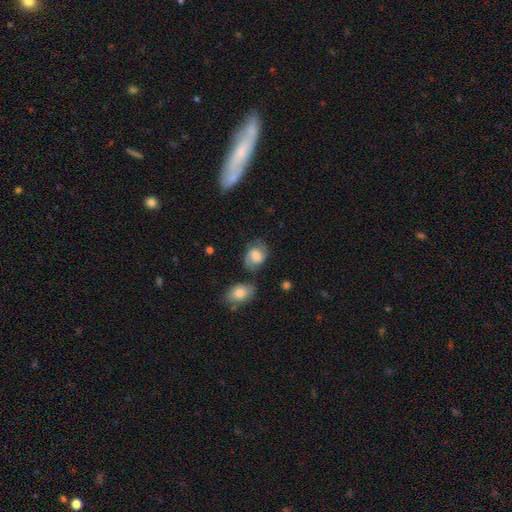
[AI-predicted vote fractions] smooth_or_featured: smooth (p=0.49) [alt: featured or disk p=0.42]
merging: none (p=0.58) [alt: minor disturbance p=0.24]